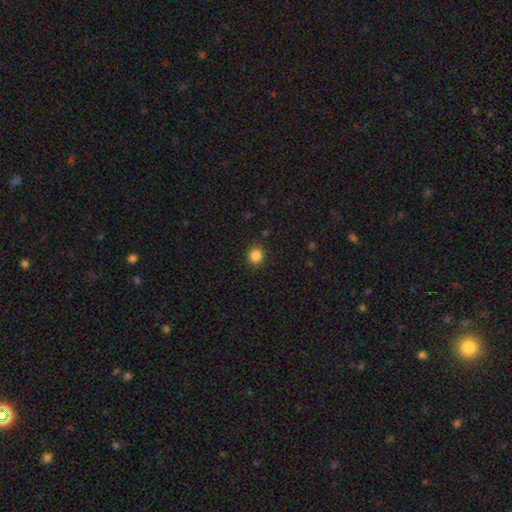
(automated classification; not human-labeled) smooth 85%, star or artifact 11%, featured or disk 4%. Down the decision tree: how rounded — round (83%); merging — none (90%).